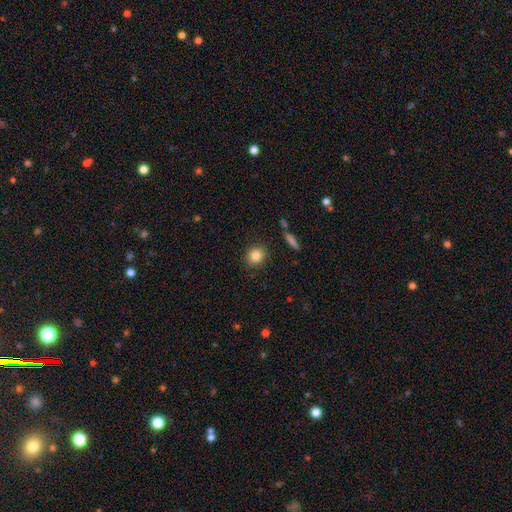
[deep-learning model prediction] Smooth or featured? smooth (84%)
How rounded? round (81%)
Merging? none (89%)